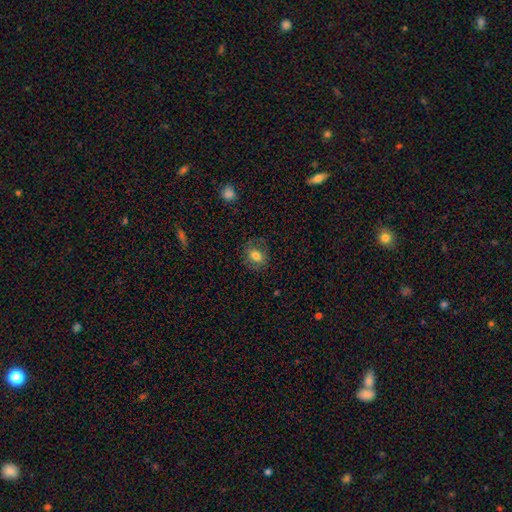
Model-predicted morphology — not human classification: A smooth galaxy with no disk features (75%) that is round (50%). Merging: none (76%).